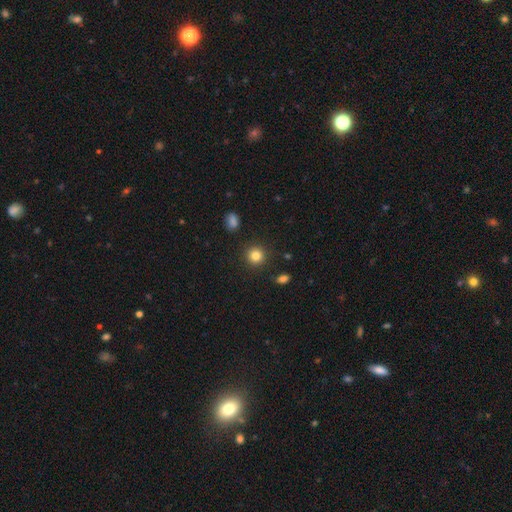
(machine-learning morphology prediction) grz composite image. It shows a smooth galaxy with no disk features (83%) that is round (92%). Merging: none (91%).